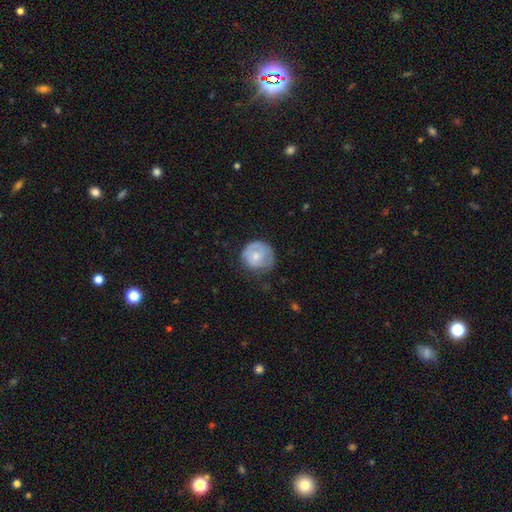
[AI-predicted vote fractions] The model was most divided on "merging": none: 57%, minor disturbance: 29%, major disturbance: 13%, merger: 1%. More confident: how rounded — round (88%); smooth or featured — smooth (62%).